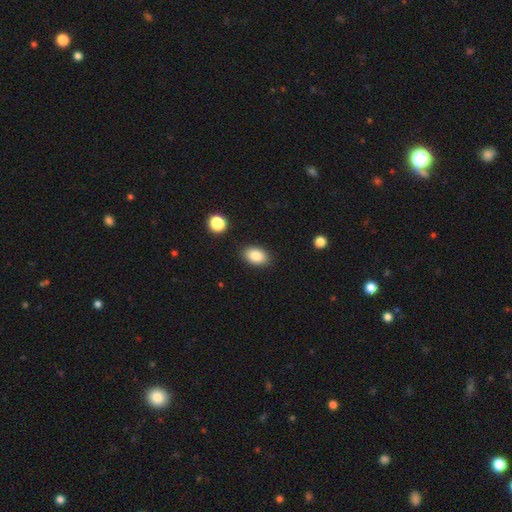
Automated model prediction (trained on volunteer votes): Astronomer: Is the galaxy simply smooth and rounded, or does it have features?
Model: smooth — 86%.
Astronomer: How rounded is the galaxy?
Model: in between — 87%.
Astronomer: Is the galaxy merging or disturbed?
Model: none — 87%.